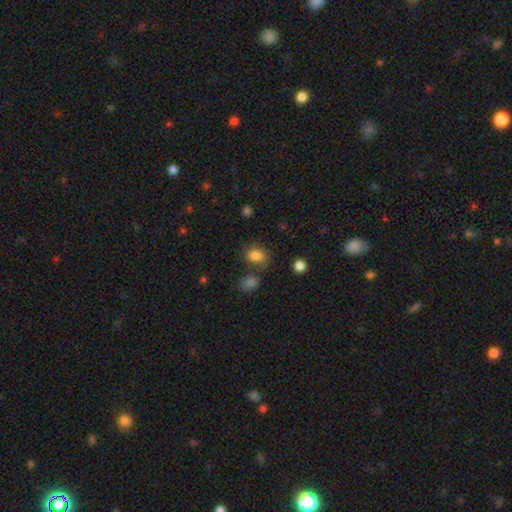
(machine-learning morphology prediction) Smooth or featured: smooth — 80% (star or artifact — 12%)
How rounded: in between — 59% (round — 40%)
Merging: none — 63% (minor disturbance — 18%)